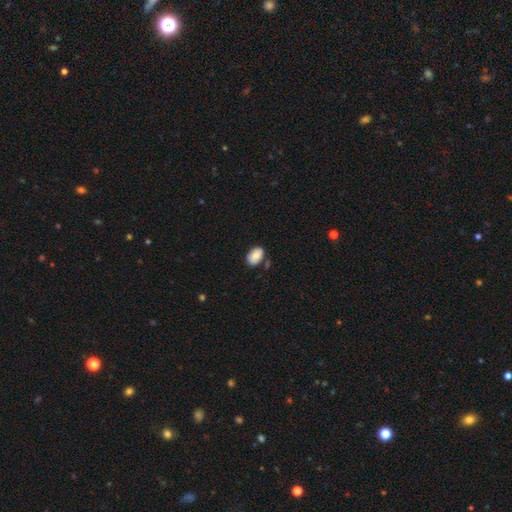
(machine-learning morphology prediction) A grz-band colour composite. It shows a smooth galaxy with no disk features (84%) that is in between round and cigar-shaped (88%). Merging: none (69%).